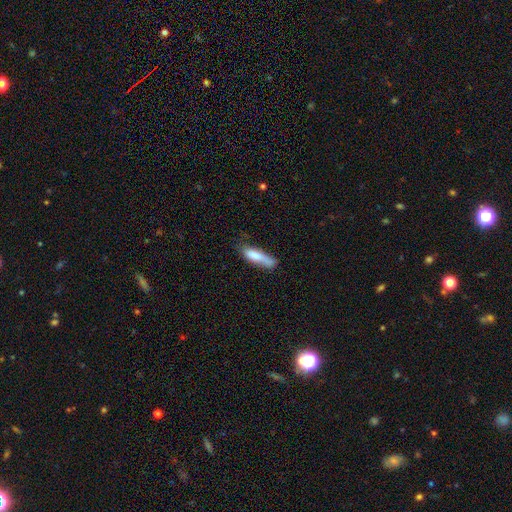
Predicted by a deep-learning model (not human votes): Overall: smooth (77%). How rounded: cigar-shaped (67%; in between 31%). Merging: none (48%; minor disturbance 31%).